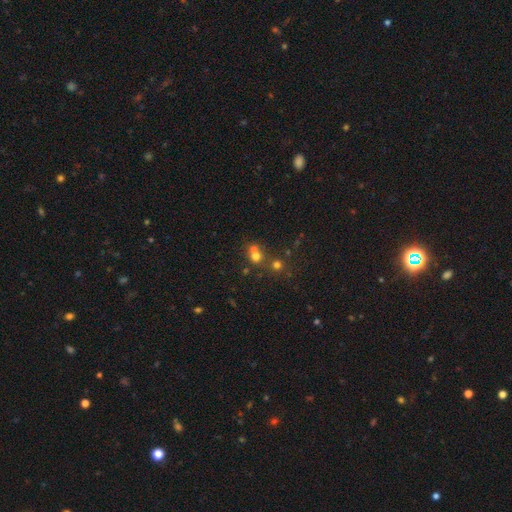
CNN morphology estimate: type=smooth (65%); roundness=round (81%); merging=merger (49%).